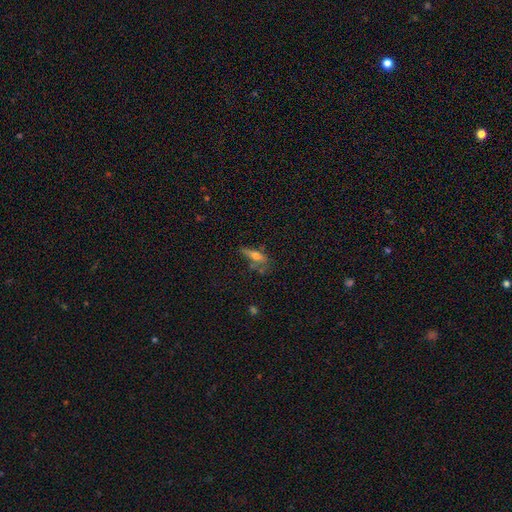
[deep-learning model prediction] A smooth galaxy with no disk features (51%) that is cigar-shaped (51%). Merging: none (47%).